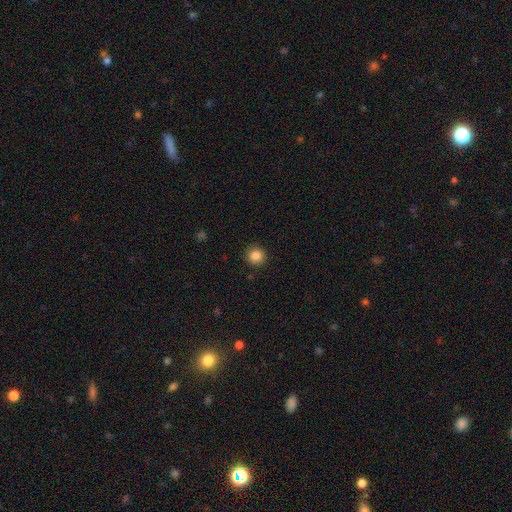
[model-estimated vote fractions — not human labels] Smooth or featured? smooth (85%)
How rounded? round (94%)
Merging? none (92%)